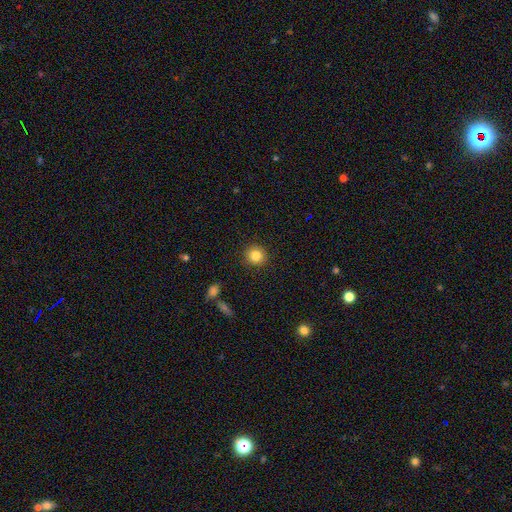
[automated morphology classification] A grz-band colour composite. It shows a smooth galaxy with no disk features (84%) that is round (92%). Merging: none (90%).